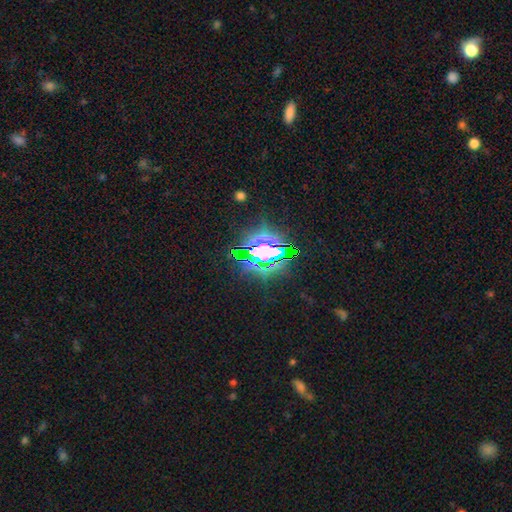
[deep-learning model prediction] Smooth or featured?
  - star or artifact: 78% *
  - smooth: 12%
  - featured or disk: 10%